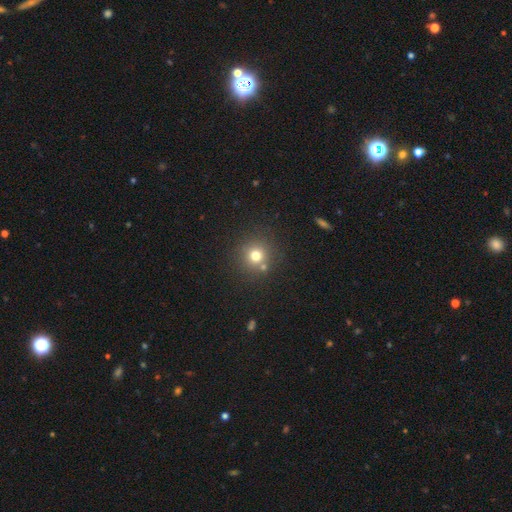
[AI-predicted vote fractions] Smooth or featured: smooth — 74% (star or artifact — 17%)
How rounded: round — 93% (in between — 6%)
Merging: none — 77% (merger — 11%)